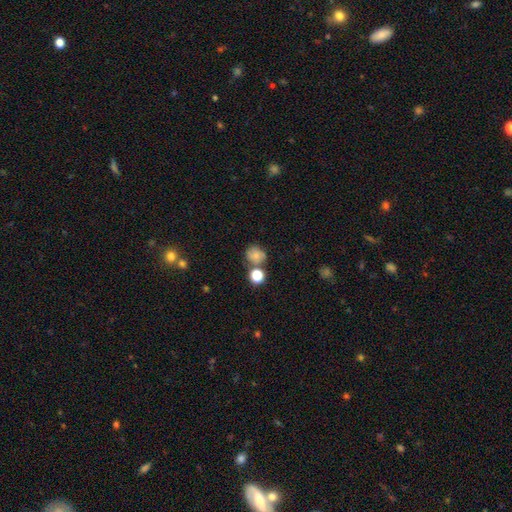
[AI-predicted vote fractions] smooth 70%, featured or disk 15%, star or artifact 14%. Down the decision tree: how rounded — round (75%); merging — none (57%).